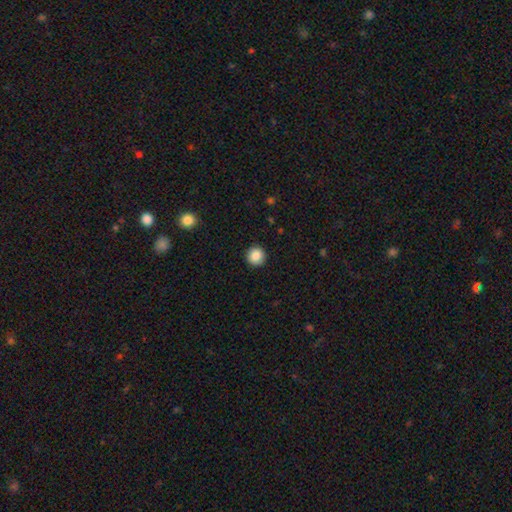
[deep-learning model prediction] The model was most divided on "smooth or featured": smooth: 87%, star or artifact: 9%, featured or disk: 4%. More confident: how rounded — round (95%); merging — none (92%).